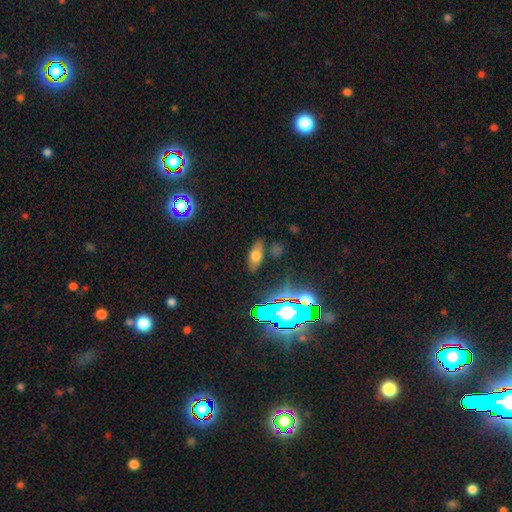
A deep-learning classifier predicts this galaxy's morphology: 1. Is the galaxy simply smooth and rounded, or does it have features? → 58% smooth, 24% featured or disk, 18% star or artifact.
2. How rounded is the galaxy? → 77% in between, 17% cigar-shaped, 6% round.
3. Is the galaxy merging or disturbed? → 79% none, 14% minor disturbance, 4% major disturbance, 4% merger.